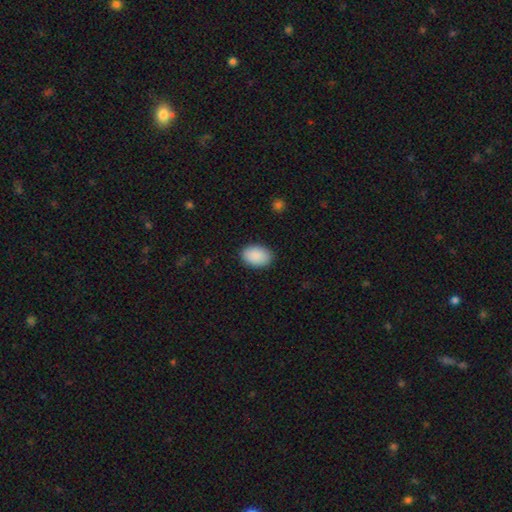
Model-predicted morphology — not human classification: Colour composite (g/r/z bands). It shows a smooth galaxy with no disk features (91%) that is in between round and cigar-shaped (86%). Merging: none (88%).